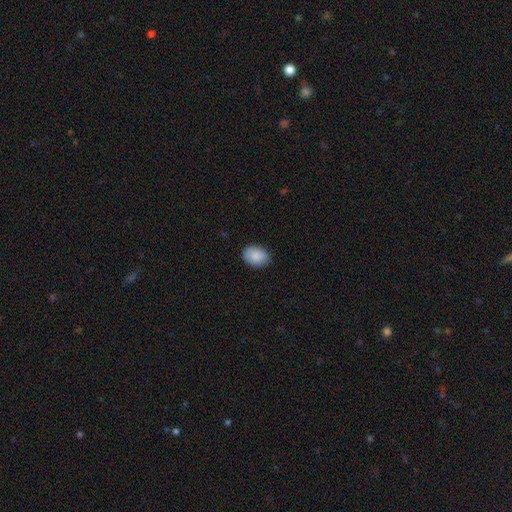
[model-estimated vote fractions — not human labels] smooth_or_featured: smooth (p=0.88) [alt: star or artifact p=0.06]
how_rounded: in between (p=0.75) [alt: round p=0.24]
merging: none (p=0.87) [alt: minor disturbance p=0.10]